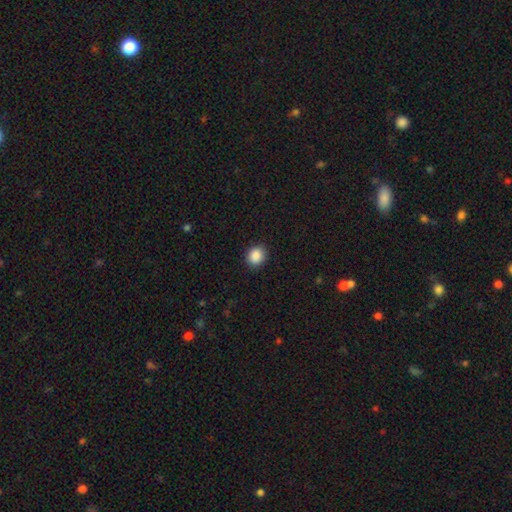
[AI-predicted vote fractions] Smooth or featured? smooth (89%)
How rounded? round (67%)
Merging? none (89%)